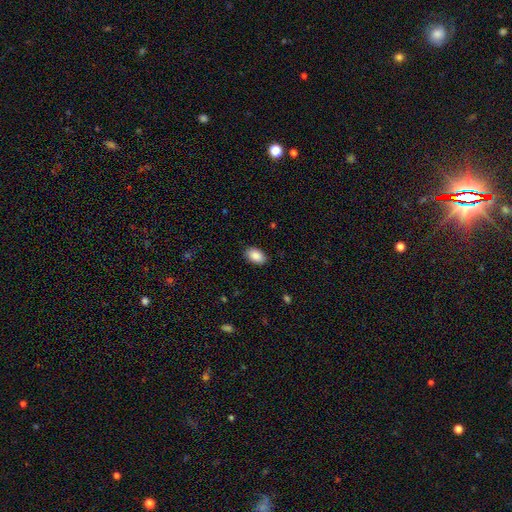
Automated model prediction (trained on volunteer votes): Overall: smooth (89%). How rounded: in between (92%). Merging: none (87%).